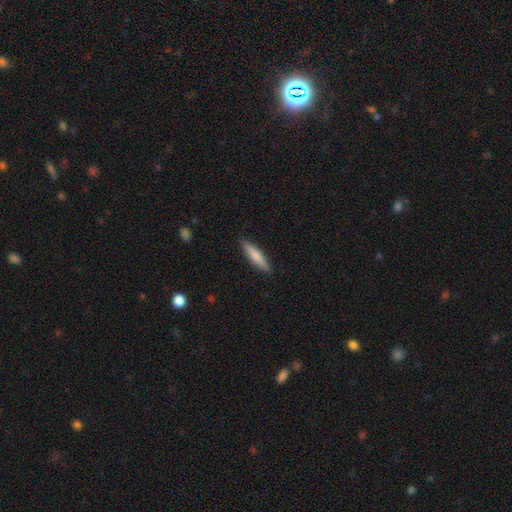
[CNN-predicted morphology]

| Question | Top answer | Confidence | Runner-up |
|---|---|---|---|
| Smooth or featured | smooth | 77% | featured or disk (17%) |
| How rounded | cigar-shaped | 83% | in between (16%) |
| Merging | none | 89% | minor disturbance (8%) |